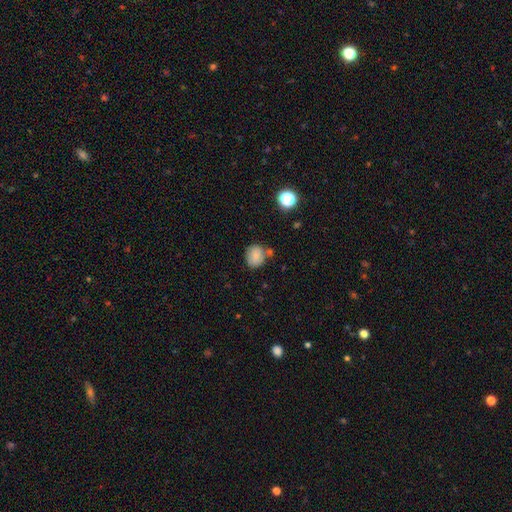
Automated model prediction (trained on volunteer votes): Overall: smooth (82%). How rounded: round (62%; in between 37%). Merging: none (66%).